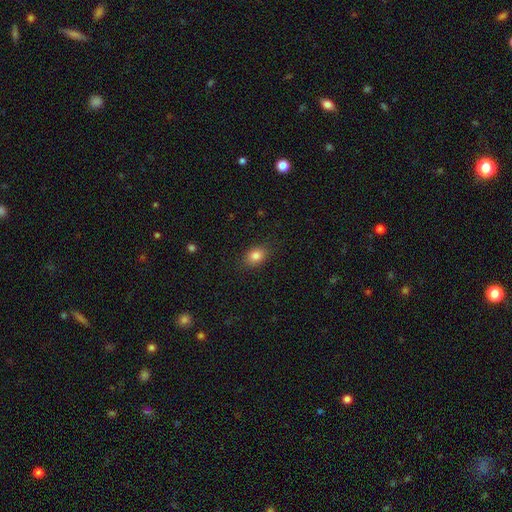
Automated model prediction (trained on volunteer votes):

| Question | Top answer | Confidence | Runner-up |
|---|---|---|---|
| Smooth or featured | smooth | 83% | star or artifact (10%) |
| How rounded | in between | 72% | round (27%) |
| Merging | none | 86% | minor disturbance (10%) |